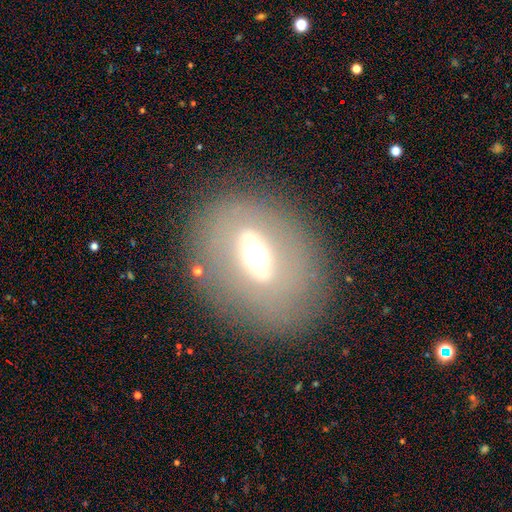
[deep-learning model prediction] Smooth or featured? Predicted: featured or disk (p=0.53). Edge-on disk? Predicted: no (p=0.75). Merging? Predicted: none (p=0.80).